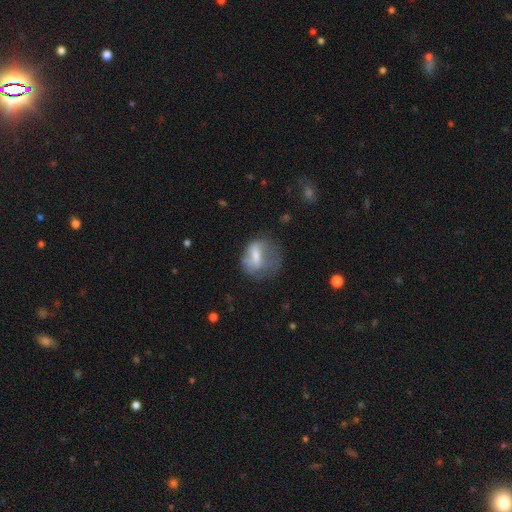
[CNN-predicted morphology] type=smooth (52%); roundness=in between (52%); merging=major disturbance (37%).